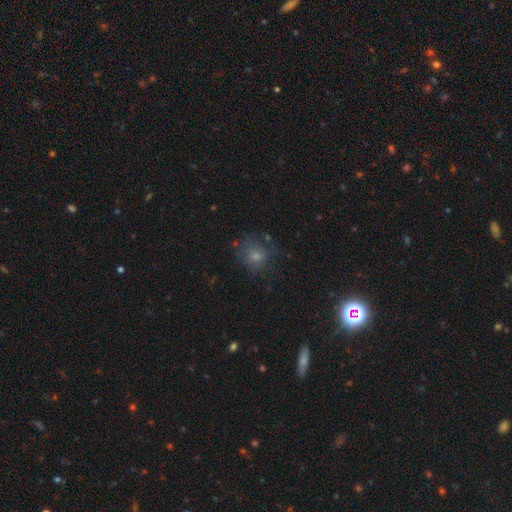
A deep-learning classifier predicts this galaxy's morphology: Overall: smooth (68%). How rounded: round (73%). Merging: none (57%; minor disturbance 22%).